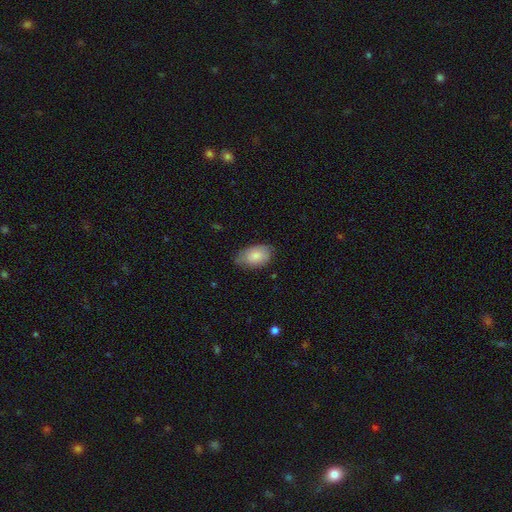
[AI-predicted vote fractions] Smooth or featured?
  - smooth: 80% *
  - featured or disk: 13%
  - star or artifact: 6%
How rounded?
  - in between: 92% *
  - round: 7%
  - cigar-shaped: 1%
Merging?
  - none: 67% *
  - minor disturbance: 27%
  - major disturbance: 5%
  - merger: 1%